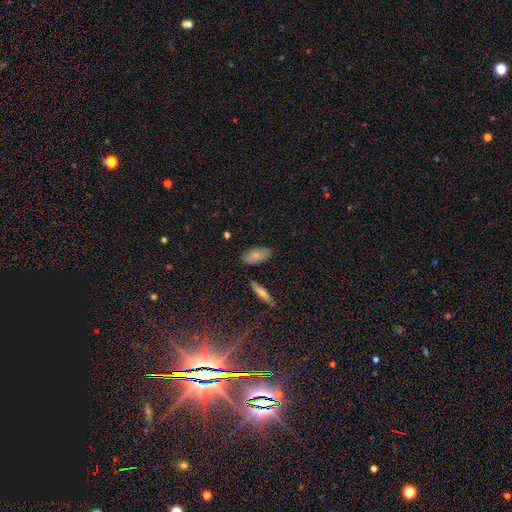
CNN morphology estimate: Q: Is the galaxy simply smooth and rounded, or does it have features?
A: smooth — 79%.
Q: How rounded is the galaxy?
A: in between — 90%.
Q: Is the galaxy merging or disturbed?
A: none — 79%.